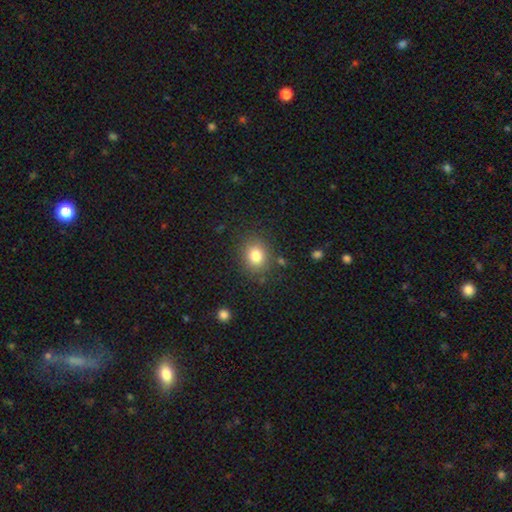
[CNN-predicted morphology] smooth-or-featured: smooth: 81% | star or artifact: 12% | featured or disk: 8%
  how-rounded: round: 68% | in between: 32% | cigar-shaped: 1%
  merging: none: 83% | minor disturbance: 10% | major disturbance: 4% | merger: 3%